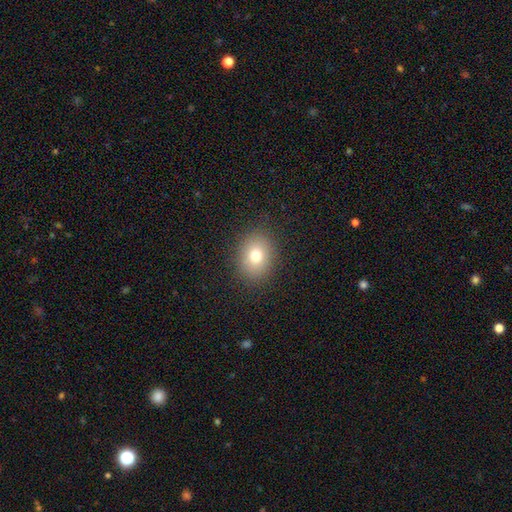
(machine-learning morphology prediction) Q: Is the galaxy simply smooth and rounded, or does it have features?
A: smooth — 76%.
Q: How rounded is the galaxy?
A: in between — 50%.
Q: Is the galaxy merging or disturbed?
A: none — 88%.